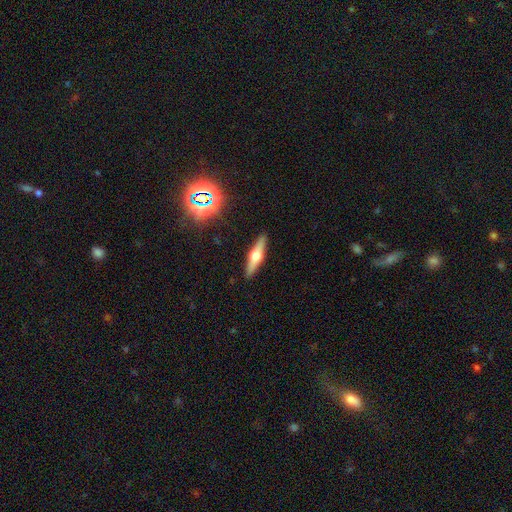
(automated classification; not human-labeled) smooth_or_featured: featured or disk (p=0.65) [alt: smooth p=0.28]
disk_edge_on: yes (p=0.96) [alt: no p=0.04]
edge_on_bulge: rounded (p=0.94) [alt: boxy p=0.04]
merging: none (p=0.90) [alt: minor disturbance p=0.07]